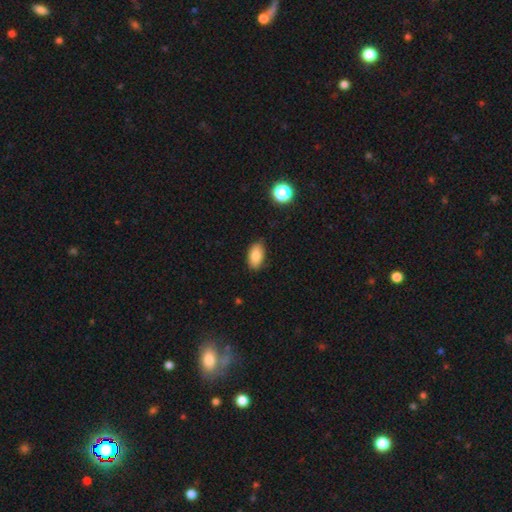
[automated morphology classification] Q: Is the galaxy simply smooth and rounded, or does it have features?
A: smooth — 85%.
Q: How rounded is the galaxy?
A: in between — 93%.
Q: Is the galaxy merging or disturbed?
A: none — 84%.